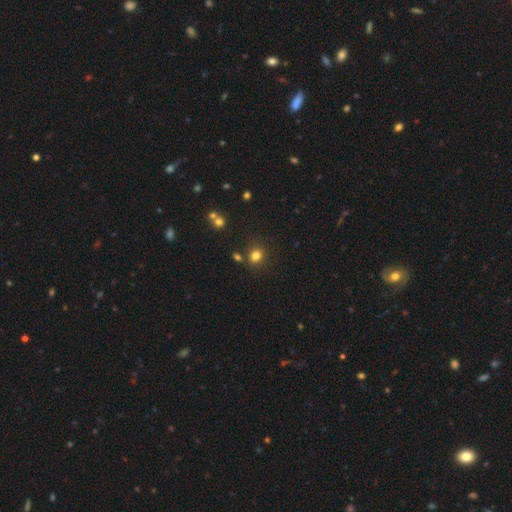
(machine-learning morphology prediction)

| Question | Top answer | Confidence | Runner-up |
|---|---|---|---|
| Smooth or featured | smooth | 80% | star or artifact (15%) |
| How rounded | round | 80% | in between (19%) |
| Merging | none | 81% | minor disturbance (9%) |